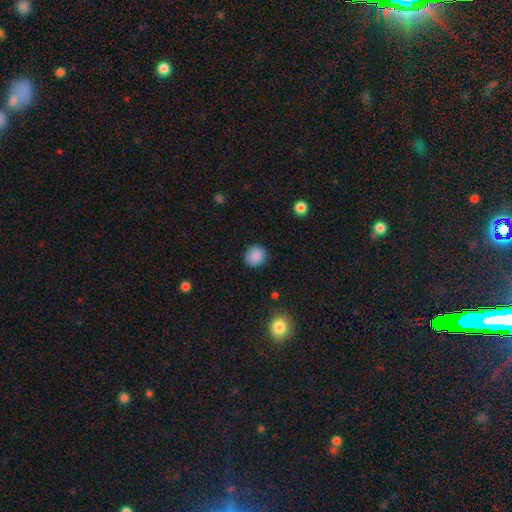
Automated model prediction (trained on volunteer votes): This is clearly a smooth galaxy (88%). How rounded: clearly round (87%). Merging: clearly none (87%).